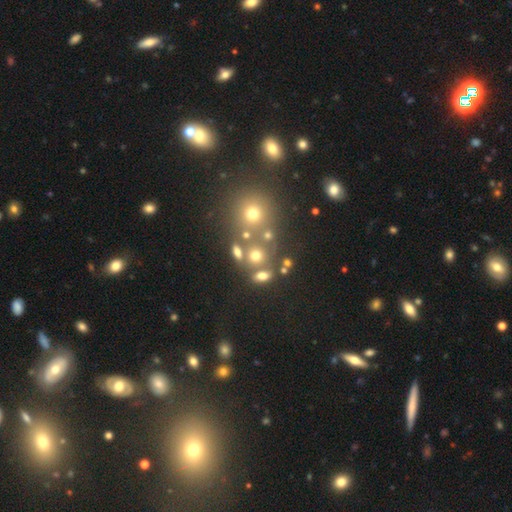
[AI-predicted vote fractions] Smooth or featured? Predicted: smooth (p=0.56). How rounded? Predicted: round (p=0.63). Merging? Predicted: none (p=0.57).